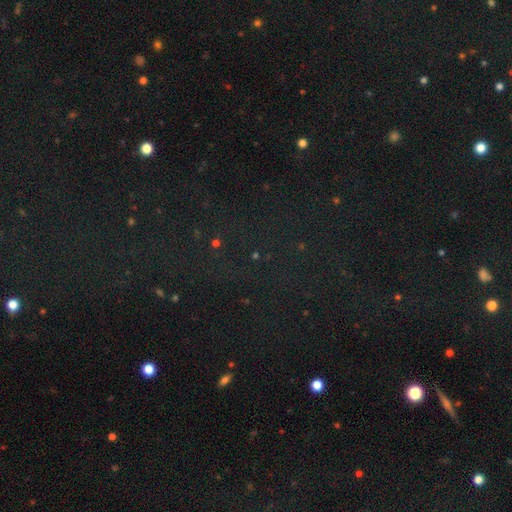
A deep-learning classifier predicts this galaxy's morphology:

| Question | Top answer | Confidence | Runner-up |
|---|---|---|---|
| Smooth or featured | star or artifact | 72% | smooth (20%) |